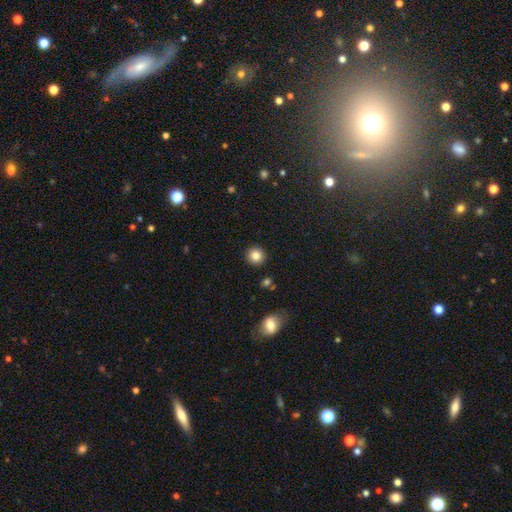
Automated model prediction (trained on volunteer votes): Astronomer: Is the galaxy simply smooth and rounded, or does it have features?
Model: smooth — 84%.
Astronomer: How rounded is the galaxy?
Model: round — 94%.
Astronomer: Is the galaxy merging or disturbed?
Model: none — 92%.